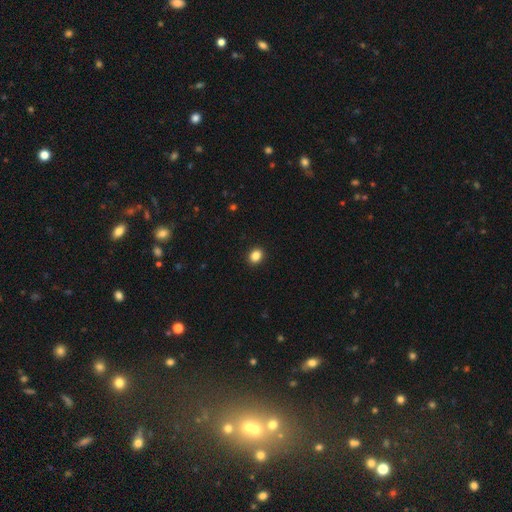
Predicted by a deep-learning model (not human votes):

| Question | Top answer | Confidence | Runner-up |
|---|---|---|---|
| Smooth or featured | smooth | 86% | star or artifact (10%) |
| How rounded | round | 61% | in between (38%) |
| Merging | none | 92% | minor disturbance (5%) |